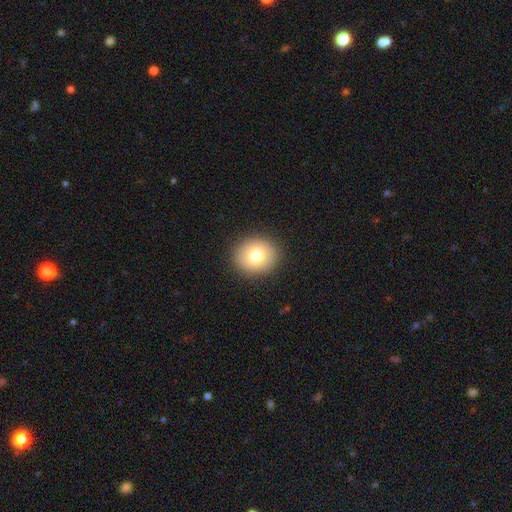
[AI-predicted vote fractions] Overall: smooth (78%). How rounded: round (72%). Merging: none (90%).